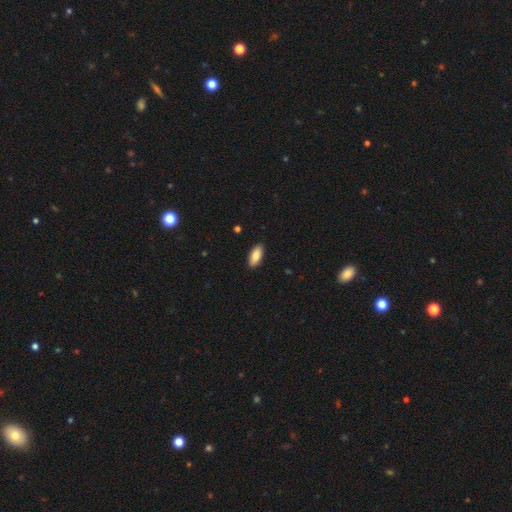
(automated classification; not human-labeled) smooth_or_featured: smooth (p=0.86) [alt: featured or disk p=0.08]
how_rounded: in between (p=0.87) [alt: cigar-shaped p=0.11]
merging: none (p=0.89) [alt: minor disturbance p=0.08]